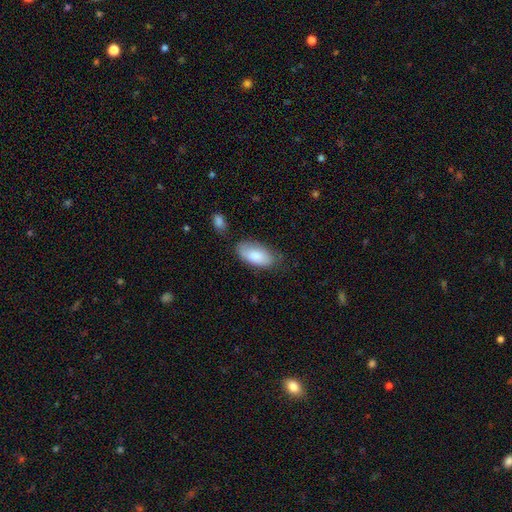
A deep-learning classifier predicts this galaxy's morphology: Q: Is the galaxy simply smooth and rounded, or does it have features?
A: smooth — 84%.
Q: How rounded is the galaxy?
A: in between — 92%.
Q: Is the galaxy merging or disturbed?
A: none — 67%.